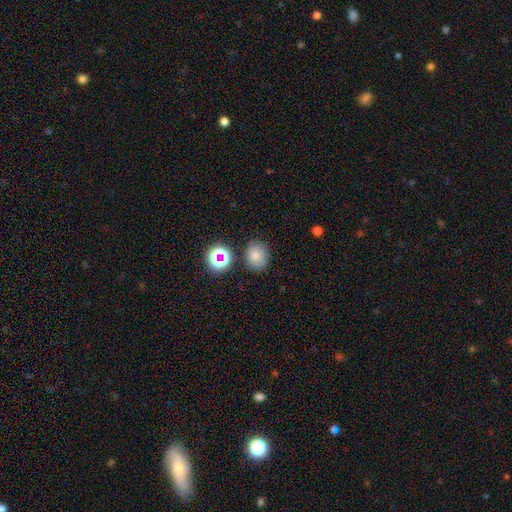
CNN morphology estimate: type=smooth (73%); roundness=round (57%); merging=none (79%).